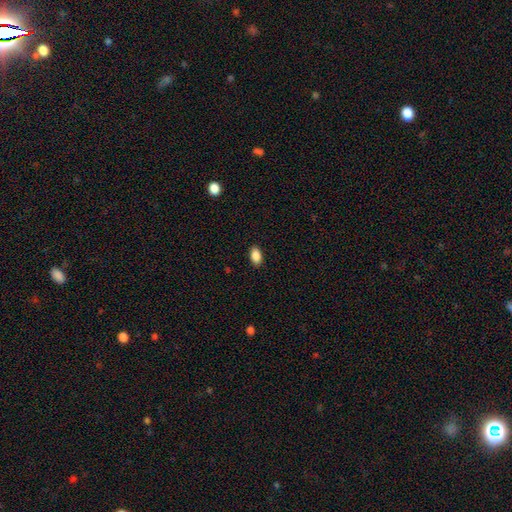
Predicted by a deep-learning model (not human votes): Smooth or featured: smooth — 88% (star or artifact — 8%)
How rounded: in between — 91% (round — 6%)
Merging: none — 88% (minor disturbance — 9%)